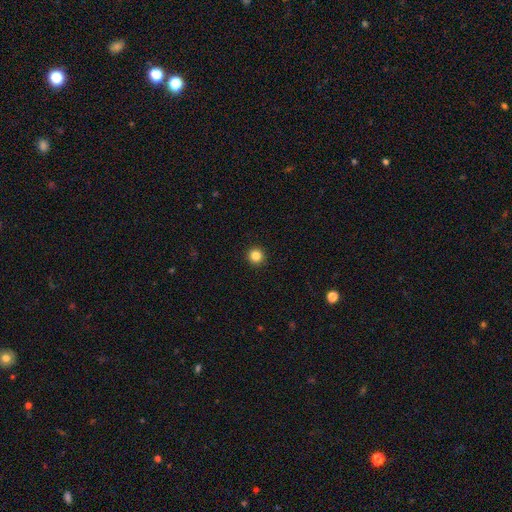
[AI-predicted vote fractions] This is clearly a smooth galaxy (85%). How rounded: clearly round (95%). Merging: clearly none (93%).